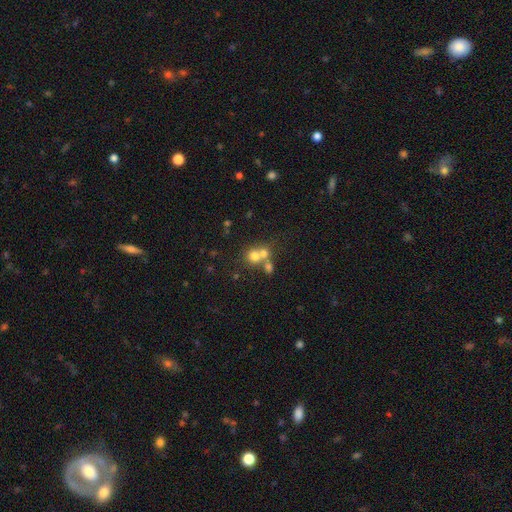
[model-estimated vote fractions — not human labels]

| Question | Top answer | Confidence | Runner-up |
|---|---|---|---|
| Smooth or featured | smooth | 65% | featured or disk (17%) |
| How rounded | round | 84% | in between (15%) |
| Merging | merger | 54% | none (37%) |